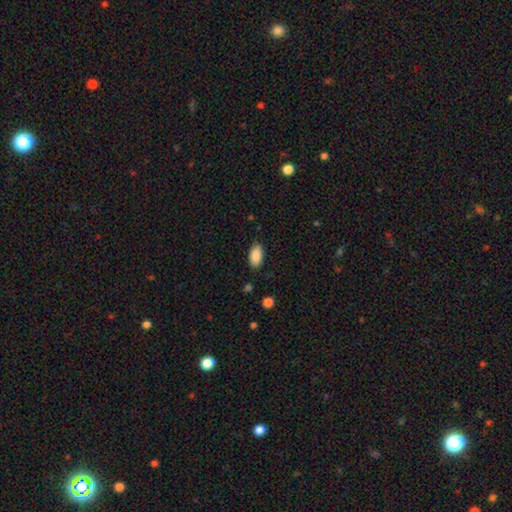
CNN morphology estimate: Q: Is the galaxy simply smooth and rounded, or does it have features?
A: smooth — 89%.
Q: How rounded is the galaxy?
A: in between — 94%.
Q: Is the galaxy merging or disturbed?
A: none — 84%.